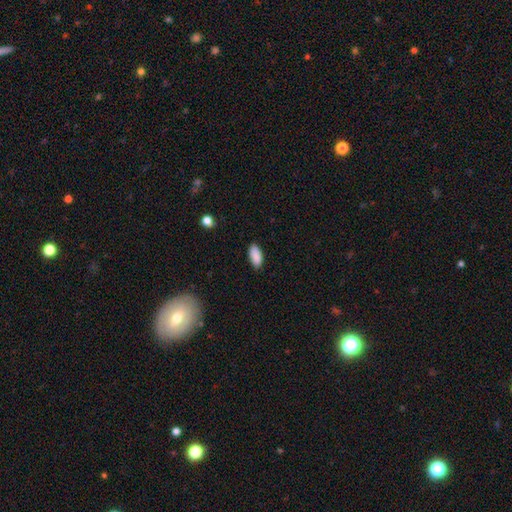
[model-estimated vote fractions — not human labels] This appears to be a smooth galaxy with no disk features (90%) that is in between round and cigar-shaped (89%). Merging: none (84%).